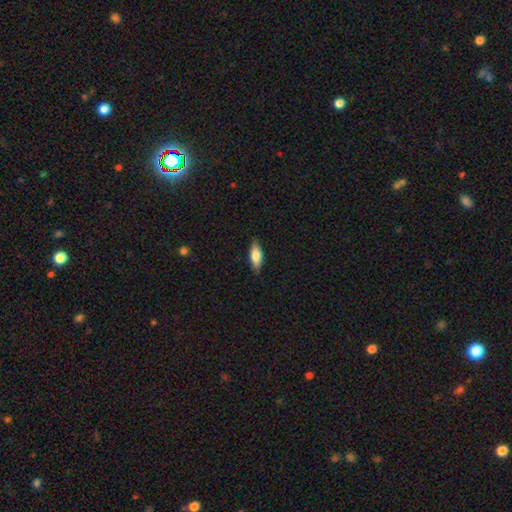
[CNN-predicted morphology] smooth-or-featured: smooth: 74% | featured or disk: 20% | star or artifact: 6%
  how-rounded: in between: 68% | cigar-shaped: 29% | round: 2%
  merging: none: 85% | minor disturbance: 12% | major disturbance: 2% | merger: 1%